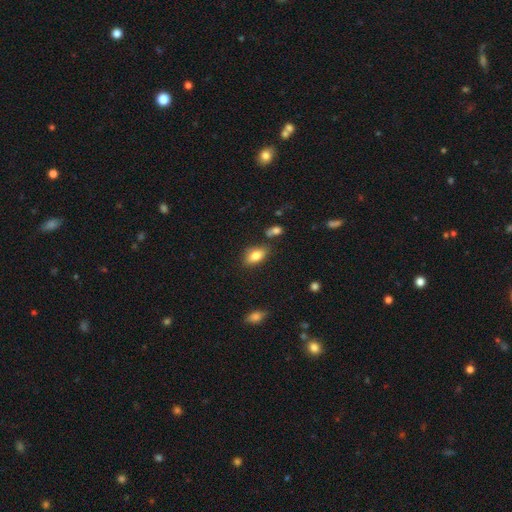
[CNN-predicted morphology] type=smooth (82%); roundness=in between (89%); merging=none (76%).